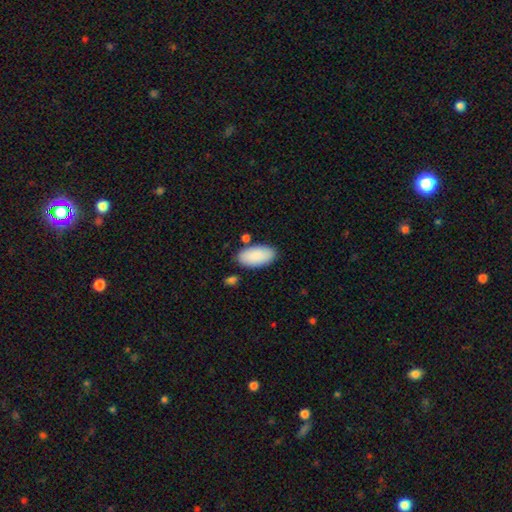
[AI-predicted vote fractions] A smooth galaxy with no disk features (89%) that is in between round and cigar-shaped (95%). Merging: none (82%).